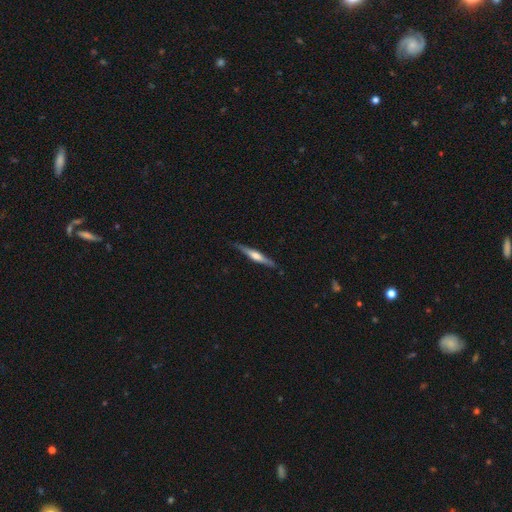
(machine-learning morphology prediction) Smooth or featured: featured or disk — 65% (smooth — 29%)
Edge-on disk: yes — 97% (no — 3%)
Edge-on bulge: rounded — 73% (boxy — 18%)
Merging: none — 86% (minor disturbance — 11%)